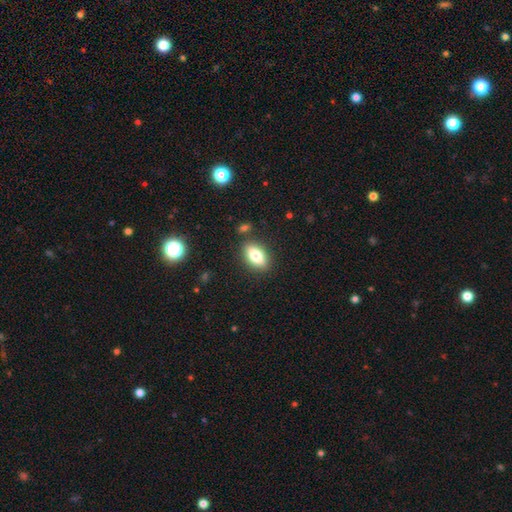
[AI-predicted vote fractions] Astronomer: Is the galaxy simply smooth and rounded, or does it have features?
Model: smooth — 75%.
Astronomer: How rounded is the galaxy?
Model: in between — 85%.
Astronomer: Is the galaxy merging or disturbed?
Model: none — 84%.